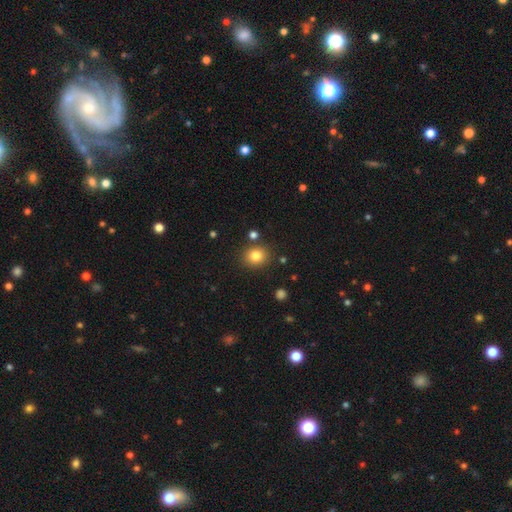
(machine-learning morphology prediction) A smooth galaxy with no disk features (82%) that is round (73%). Merging: none (84%).